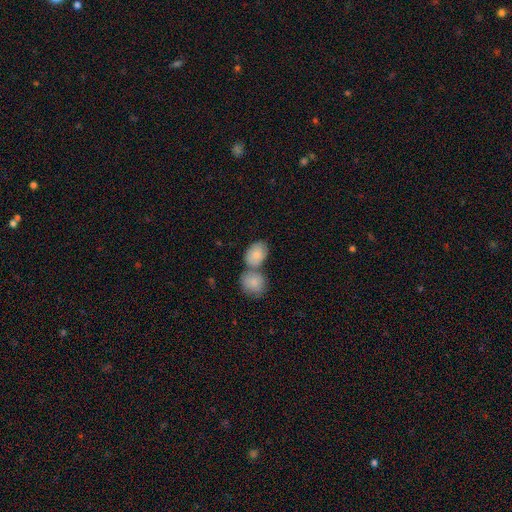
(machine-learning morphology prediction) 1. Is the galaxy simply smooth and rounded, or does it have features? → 82% smooth, 12% featured or disk, 6% star or artifact.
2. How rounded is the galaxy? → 74% in between, 25% round, 1% cigar-shaped.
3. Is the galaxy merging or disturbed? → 49% merger, 37% none, 11% minor disturbance, 4% major disturbance.